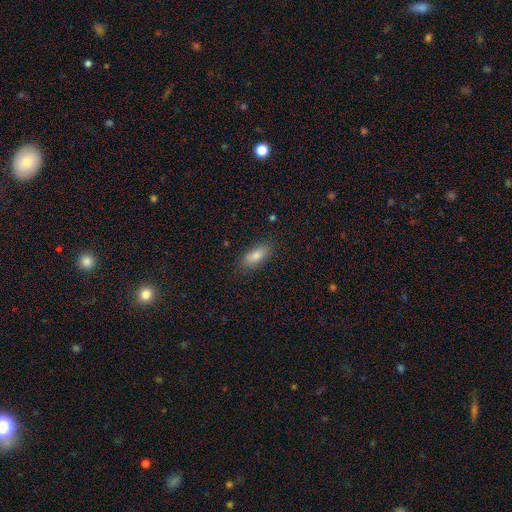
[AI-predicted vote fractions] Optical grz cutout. It shows a smooth galaxy with no disk features (82%) that is in between round and cigar-shaped (81%). Merging: none (86%).